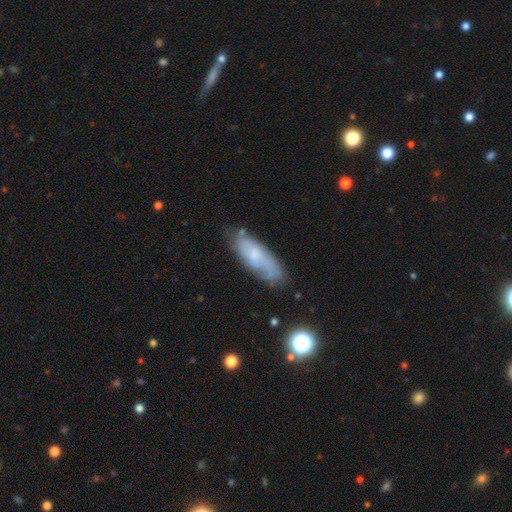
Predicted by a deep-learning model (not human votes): Smooth or featured: smooth — 50% (featured or disk — 41%)
How rounded: in between — 59% (cigar-shaped — 39%)
Merging: none — 68% (minor disturbance — 23%)